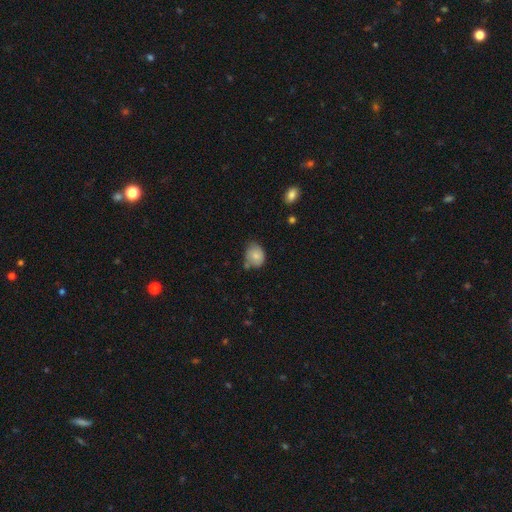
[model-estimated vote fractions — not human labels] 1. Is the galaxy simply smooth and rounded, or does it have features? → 78% smooth, 13% featured or disk, 8% star or artifact.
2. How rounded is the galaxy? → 57% round, 42% in between, 1% cigar-shaped.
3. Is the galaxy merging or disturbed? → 50% none, 35% minor disturbance, 7% merger, 7% major disturbance.